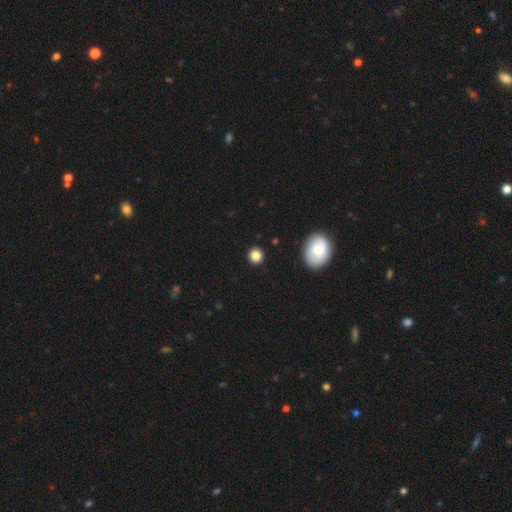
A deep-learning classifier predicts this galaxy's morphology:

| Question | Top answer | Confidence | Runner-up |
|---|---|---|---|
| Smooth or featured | smooth | 84% | star or artifact (10%) |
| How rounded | round | 88% | in between (11%) |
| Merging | none | 90% | minor disturbance (6%) |